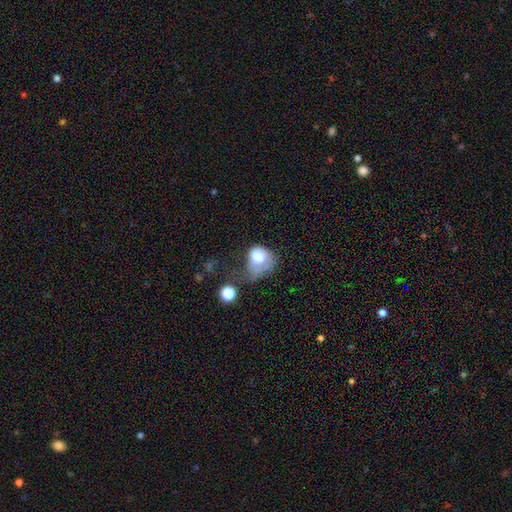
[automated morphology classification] Overall: smooth (69%). How rounded: round (51%; in between 48%). Merging: major disturbance (50%; minor disturbance 23%).